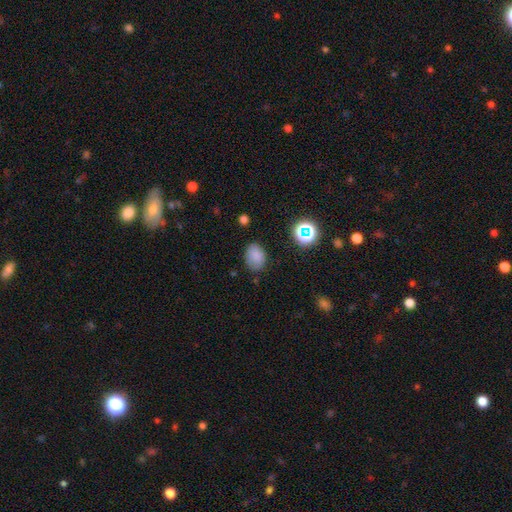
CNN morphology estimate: smooth_or_featured: smooth (p=0.80) [alt: star or artifact p=0.13]
how_rounded: in between (p=0.74) [alt: round p=0.25]
merging: none (p=0.74) [alt: minor disturbance p=0.19]